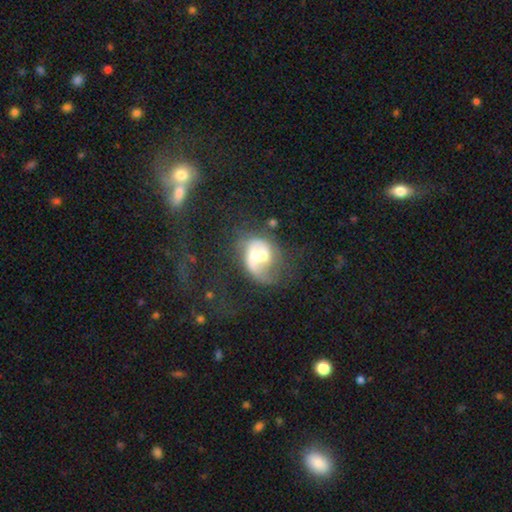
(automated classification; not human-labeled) A featured or disk galaxy (61%) with no bar (65%), spiral arms (53%) and a moderate central bulge (56%). Merging: merger (36%).